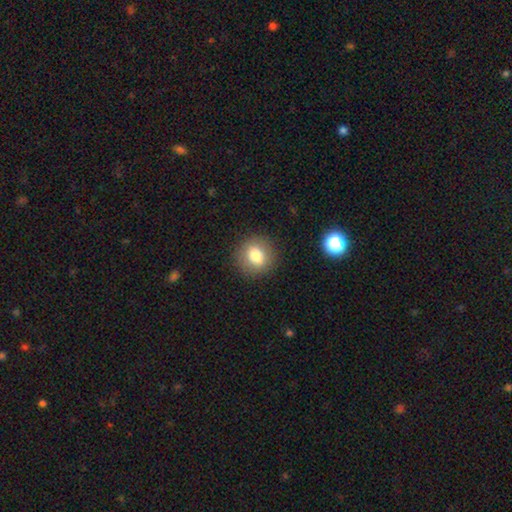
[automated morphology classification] type=smooth (78%); roundness=round (83%); merging=none (88%).